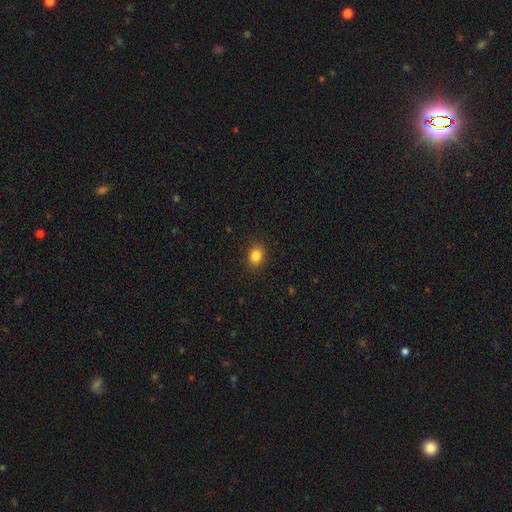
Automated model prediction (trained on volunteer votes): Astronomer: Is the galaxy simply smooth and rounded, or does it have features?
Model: smooth — 84%.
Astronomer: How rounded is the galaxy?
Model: round — 56% (runner-up: in between, 43%).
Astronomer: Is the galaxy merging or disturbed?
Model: none — 89%.